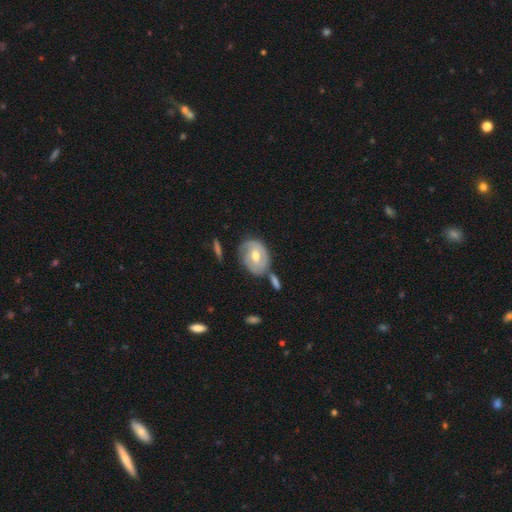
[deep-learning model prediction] A featured or disk galaxy (64%) with a weak bar (47%), spiral arms (75%) and a moderate central bulge (73%). Merging: none (56%).